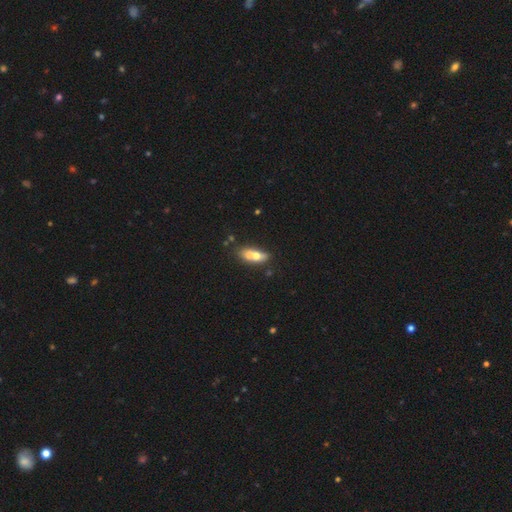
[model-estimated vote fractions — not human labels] Smooth or featured? Predicted: smooth (p=0.60). How rounded? Predicted: in between (p=0.72). Merging? Predicted: none (p=0.50).